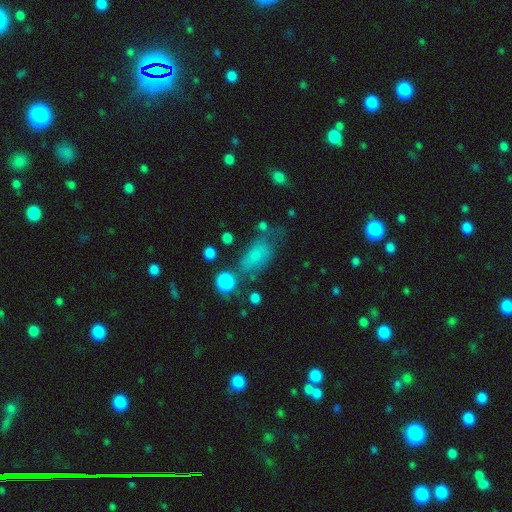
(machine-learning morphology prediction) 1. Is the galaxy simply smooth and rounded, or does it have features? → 70% smooth, 16% featured or disk, 14% star or artifact.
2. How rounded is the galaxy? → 84% in between, 9% round, 7% cigar-shaped.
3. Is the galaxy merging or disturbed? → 48% none, 26% minor disturbance, 18% major disturbance, 8% merger.